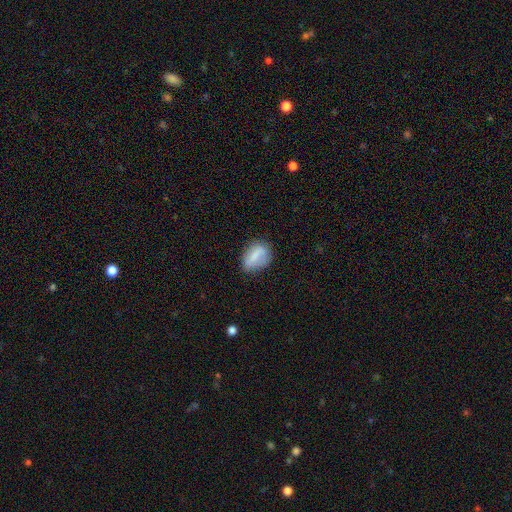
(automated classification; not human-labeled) This is likely a smooth galaxy (74%). How rounded: likely in between (79%). Merging: likely none (68%).